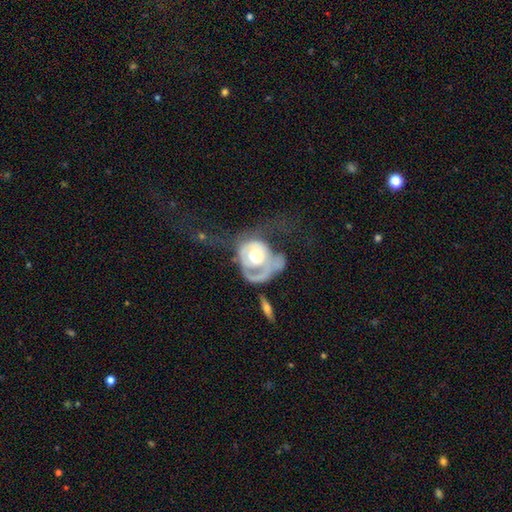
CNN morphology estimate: A featured or disk galaxy (65%) with no bar (84%), no spiral arms (50%, tied with yes) and a moderate central bulge (51%).

Vote fractions:
- Smooth or featured? featured or disk: 65% / smooth: 29% / star or artifact: 6%
- Edge-on disk? no: 96% / yes: 4%
- Bar? no: 84% / weak: 12% / strong: 3%
- Spiral arms? no: 50% (tied) / yes: 50% (tied)
- Bulge size? moderate: 51% / large: 40% / dominant: 5% / small: 3% / none: 1%
- Merging? major disturbance: 55% / none: 18% / minor disturbance: 15% / merger: 12%